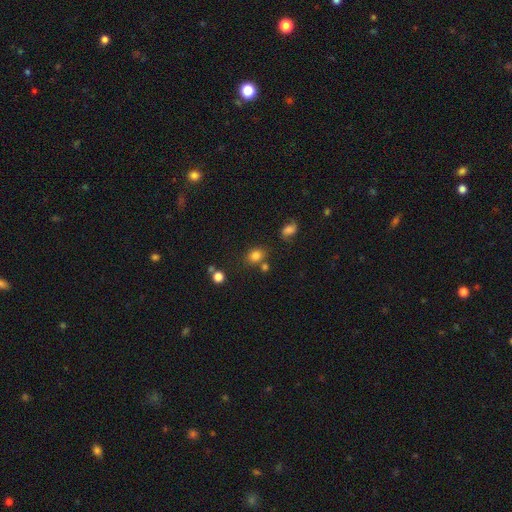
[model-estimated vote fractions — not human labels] The model was most divided on "how rounded": round: 51%, in between: 48%, cigar-shaped: 1%. More confident: smooth or featured — smooth (80%); merging — none (69%).